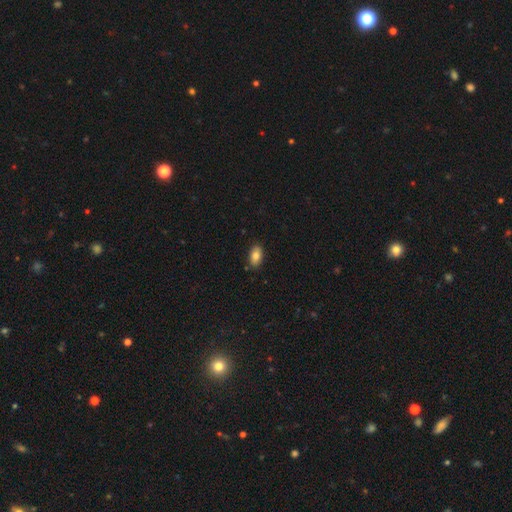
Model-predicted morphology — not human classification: smooth 83%, featured or disk 9%, star or artifact 8%. Down the decision tree: how rounded — in between (92%); merging — none (87%).